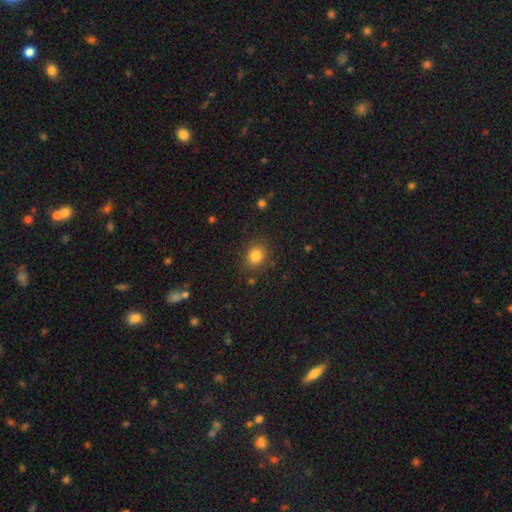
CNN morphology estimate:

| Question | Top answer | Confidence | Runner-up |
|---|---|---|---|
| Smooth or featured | smooth | 83% | star or artifact (12%) |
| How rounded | round | 69% | in between (30%) |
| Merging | none | 83% | minor disturbance (11%) |